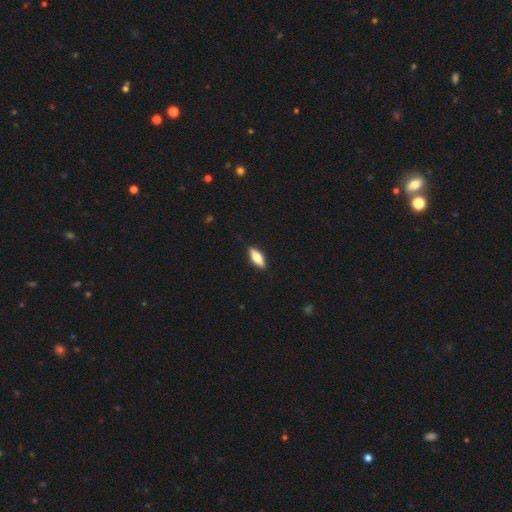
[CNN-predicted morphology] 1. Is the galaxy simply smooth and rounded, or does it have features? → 69% smooth, 25% featured or disk, 6% star or artifact.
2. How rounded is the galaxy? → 64% in between, 33% cigar-shaped, 2% round.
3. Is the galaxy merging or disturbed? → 89% none, 8% minor disturbance, 2% major disturbance, 1% merger.